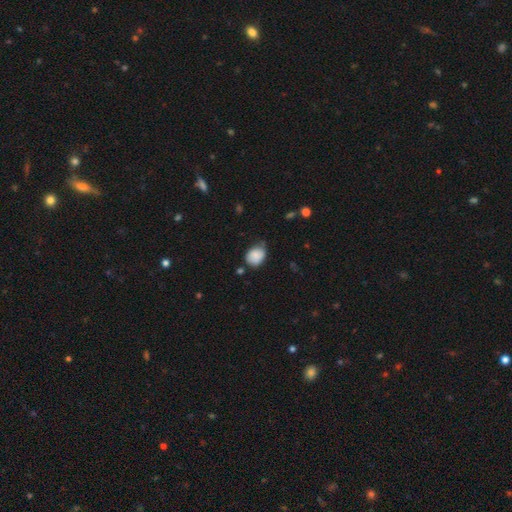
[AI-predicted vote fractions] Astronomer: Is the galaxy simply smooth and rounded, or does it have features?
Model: smooth — 83%.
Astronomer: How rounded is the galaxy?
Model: in between — 54% (runner-up: round, 45%).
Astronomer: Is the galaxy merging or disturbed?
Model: none — 59%.